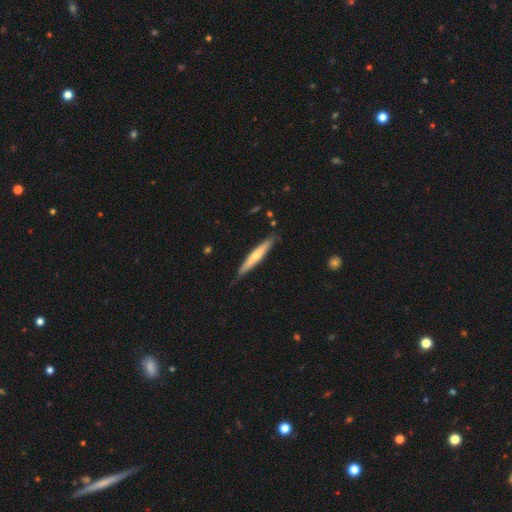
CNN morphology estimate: Smooth or featured: smooth — 48% (featured or disk — 47%)
Merging: none — 83% (minor disturbance — 13%)